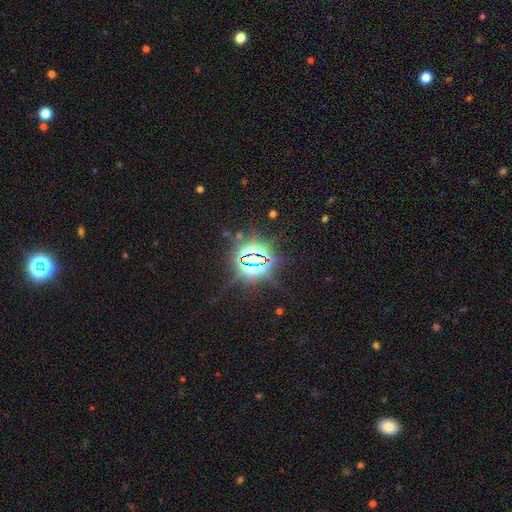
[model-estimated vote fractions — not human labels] This is clearly a star or artifact rather than a galaxy (85%).